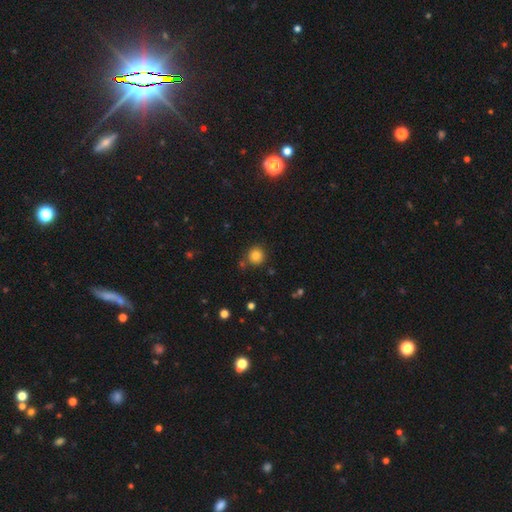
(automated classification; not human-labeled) Smooth or featured: smooth — 83% (star or artifact — 12%)
How rounded: round — 93% (in between — 6%)
Merging: none — 81% (minor disturbance — 9%)